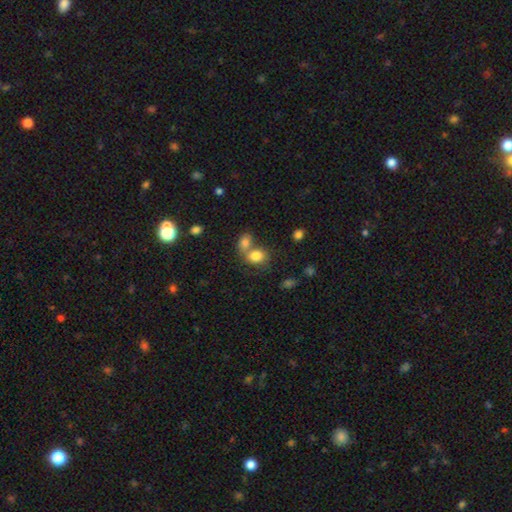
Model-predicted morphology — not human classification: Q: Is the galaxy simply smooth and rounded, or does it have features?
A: smooth — 80%.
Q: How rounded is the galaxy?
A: in between — 54%.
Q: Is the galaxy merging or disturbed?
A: merger — 53%.